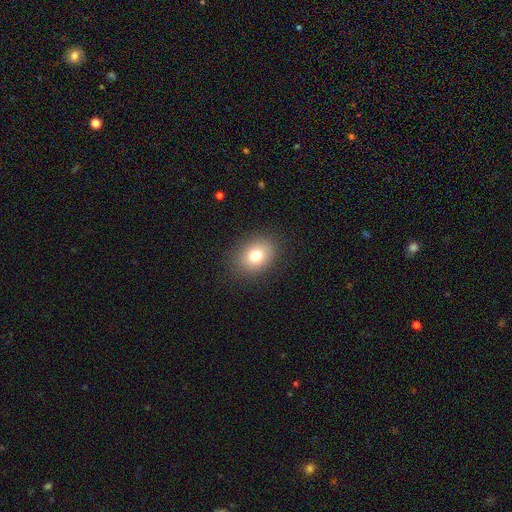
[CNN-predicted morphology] Q: Smooth or featured?
A: smooth (77%); runner-up: star or artifact (12%)
Q: How rounded?
A: in between (59%); runner-up: round (40%)
Q: Merging?
A: none (87%); runner-up: minor disturbance (9%)